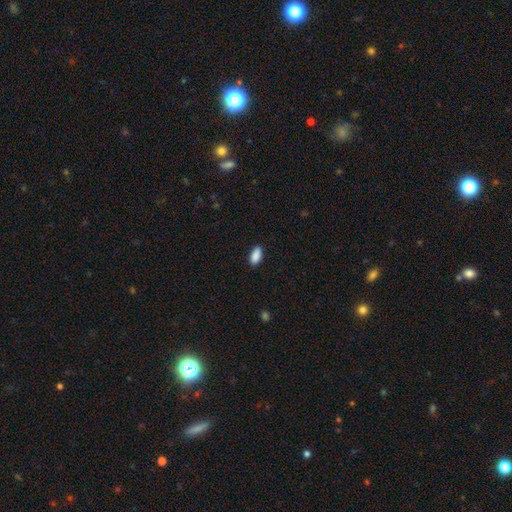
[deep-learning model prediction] Smooth or featured? smooth (90%)
How rounded? in between (88%)
Merging? none (86%)